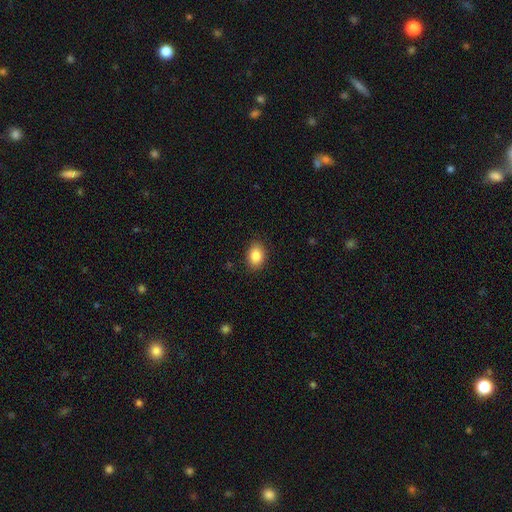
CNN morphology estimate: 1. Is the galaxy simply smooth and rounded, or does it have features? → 87% smooth, 8% star or artifact, 5% featured or disk.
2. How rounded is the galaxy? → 74% in between, 25% round, 1% cigar-shaped.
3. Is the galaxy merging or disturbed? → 88% none, 9% minor disturbance, 2% major disturbance, 1% merger.